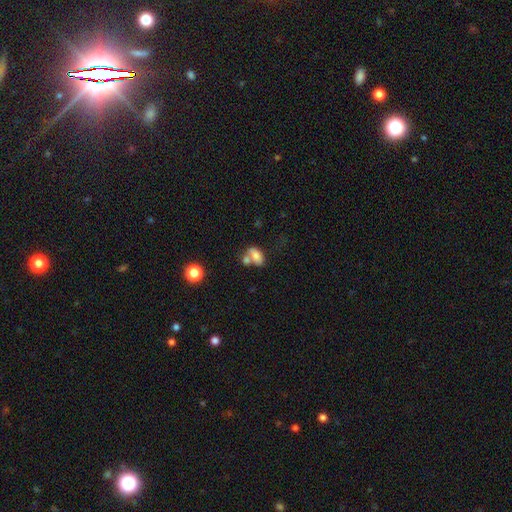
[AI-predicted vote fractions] The model was most divided on "merging": merger: 49%, none: 30%, minor disturbance: 13%, major disturbance: 8%. More confident: how rounded — in between (84%); smooth or featured — smooth (72%).